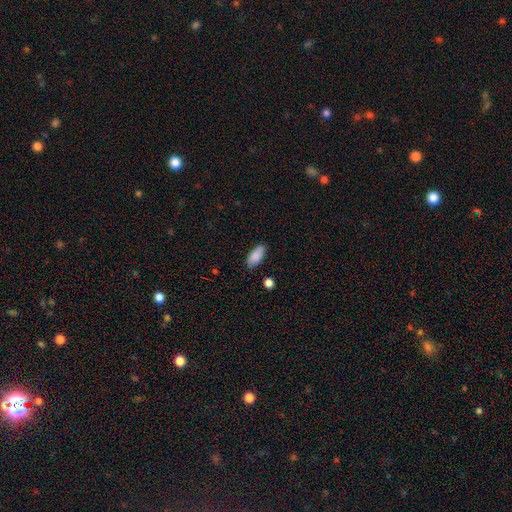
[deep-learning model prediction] A smooth galaxy with no disk features (87%) that is in between round and cigar-shaped (89%).

Vote fractions:
- Smooth or featured? smooth: 87% / star or artifact: 7% / featured or disk: 6%
- How rounded? in between: 89% / cigar-shaped: 9% / round: 2%
- Merging? none: 79% / minor disturbance: 16% / major disturbance: 3% / merger: 2%